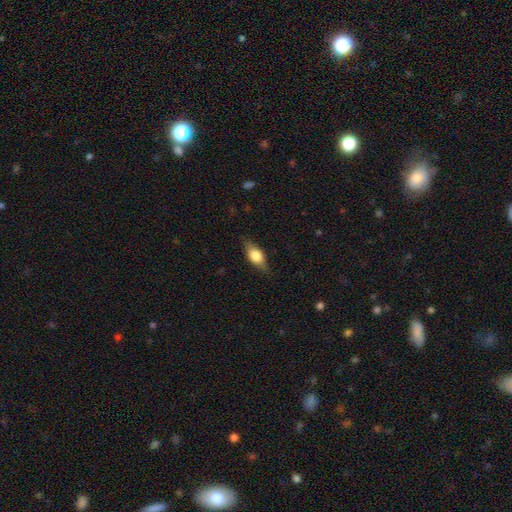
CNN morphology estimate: smooth_or_featured: smooth (p=0.65) [alt: featured or disk p=0.28]
how_rounded: in between (p=0.79) [alt: cigar-shaped p=0.15]
merging: none (p=0.81) [alt: minor disturbance p=0.15]